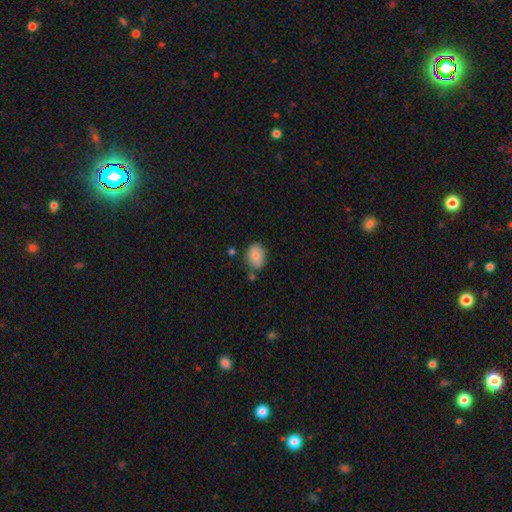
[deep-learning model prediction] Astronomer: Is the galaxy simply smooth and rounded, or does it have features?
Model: smooth — 79%.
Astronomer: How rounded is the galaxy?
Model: in between — 61% (runner-up: round, 38%).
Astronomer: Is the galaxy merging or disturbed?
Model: none — 67%.